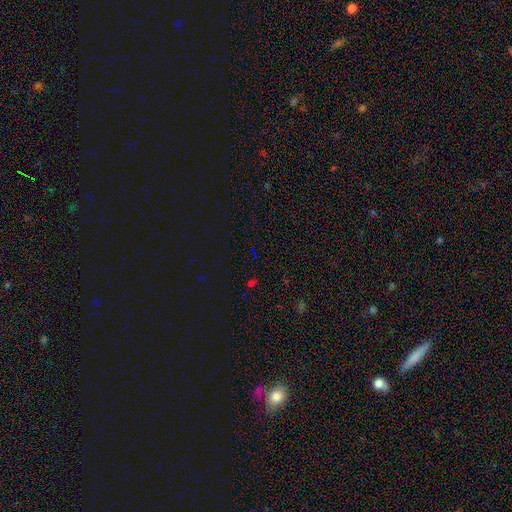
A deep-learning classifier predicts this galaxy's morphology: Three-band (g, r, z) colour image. It shows a star or artifact, not a galaxy (70%).